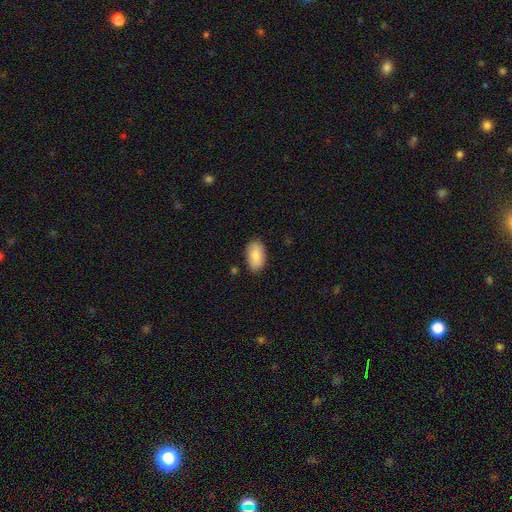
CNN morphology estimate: Smooth or featured? smooth (84%)
How rounded? in between (94%)
Merging? none (86%)